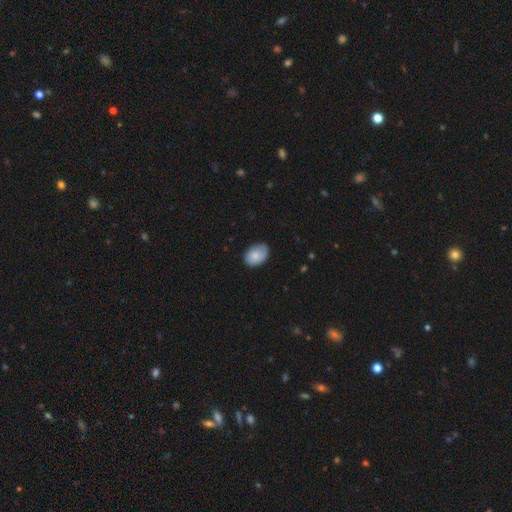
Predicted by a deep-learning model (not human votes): Overall: smooth (81%). How rounded: in between (82%). Merging: none (77%).